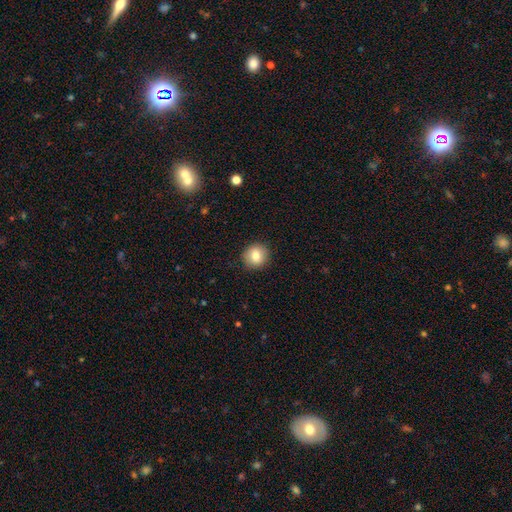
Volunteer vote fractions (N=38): A smooth galaxy with no disk features (82%) that is round (77%). Merging: none (91%).